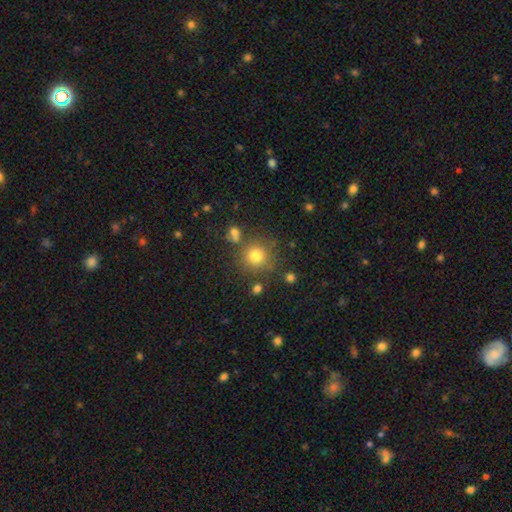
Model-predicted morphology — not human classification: Smooth or featured: smooth — 59% (star or artifact — 34%)
How rounded: round — 92% (in between — 7%)
Merging: none — 78% (merger — 11%)